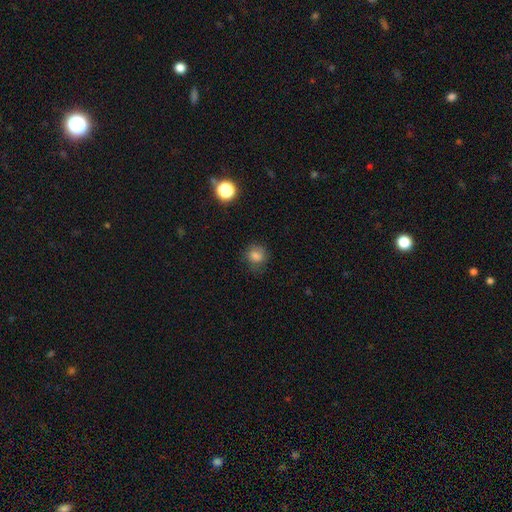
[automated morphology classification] A smooth galaxy with no disk features (81%) that is round (80%). Merging: none (74%).